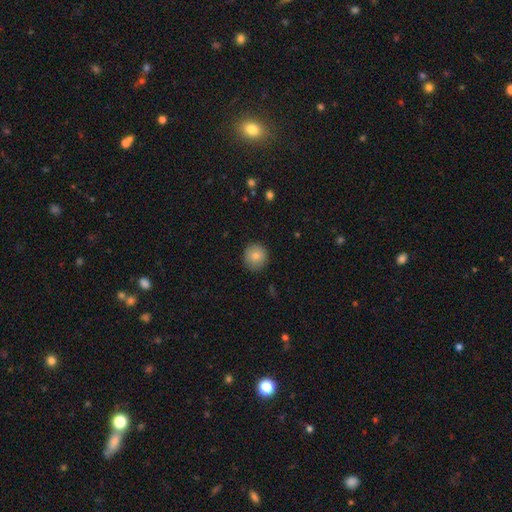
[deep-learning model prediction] Morphology: type=smooth (81%); roundness=round (93%); merging=none (90%).